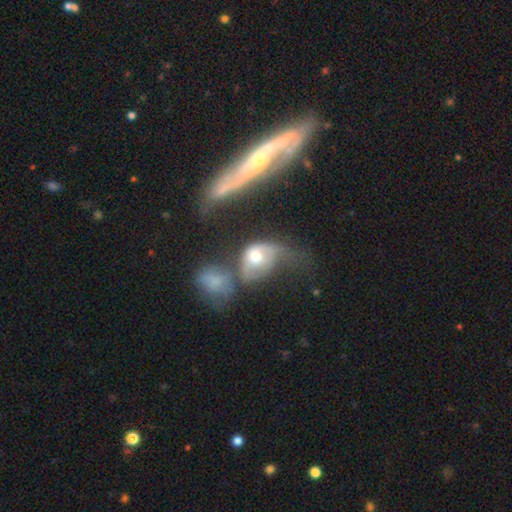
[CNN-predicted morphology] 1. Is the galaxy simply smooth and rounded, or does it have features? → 46% featured or disk, 45% smooth, 9% star or artifact.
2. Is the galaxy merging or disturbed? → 41% merger, 32% major disturbance, 14% none, 13% minor disturbance.